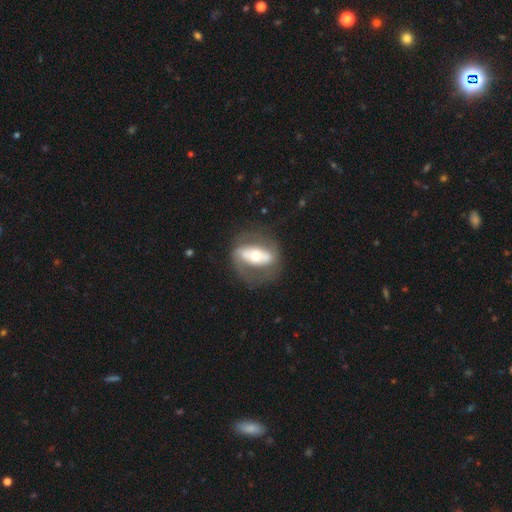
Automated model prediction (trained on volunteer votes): Smooth or featured? featured or disk (68%)
Edge-on disk? no (88%)
Bar? strong (54%)
Spiral arms? no (50%, tied with yes)
Bulge size? moderate (66%)
Merging? none (65%)